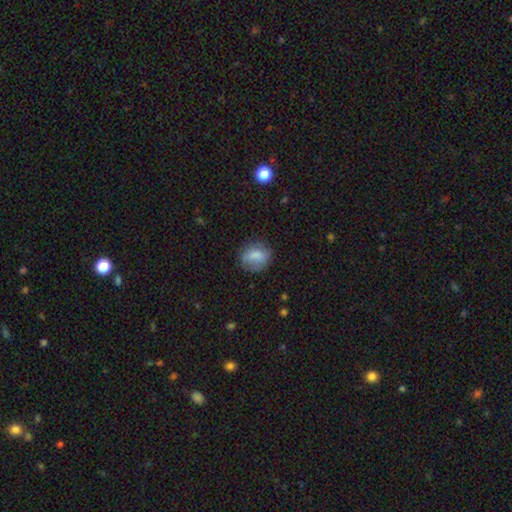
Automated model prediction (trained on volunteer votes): This is likely a smooth galaxy (75%). How rounded: possibly round (50%). Merging: likely none (66%).